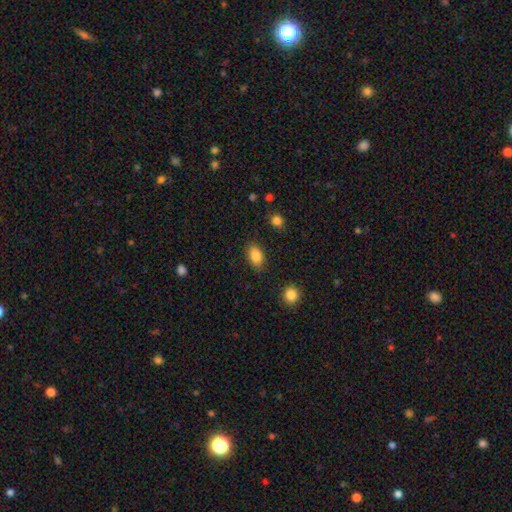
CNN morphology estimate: Q: Smooth or featured?
A: smooth (86%); runner-up: star or artifact (8%)
Q: How rounded?
A: in between (87%); runner-up: round (11%)
Q: Merging?
A: none (84%); runner-up: minor disturbance (11%)